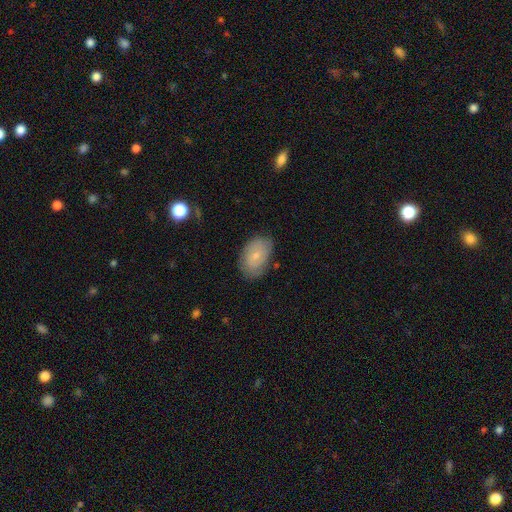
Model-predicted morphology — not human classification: smooth 56%, featured or disk 37%, star or artifact 7%. Down the decision tree: how rounded — in between (89%); merging — none (74%).